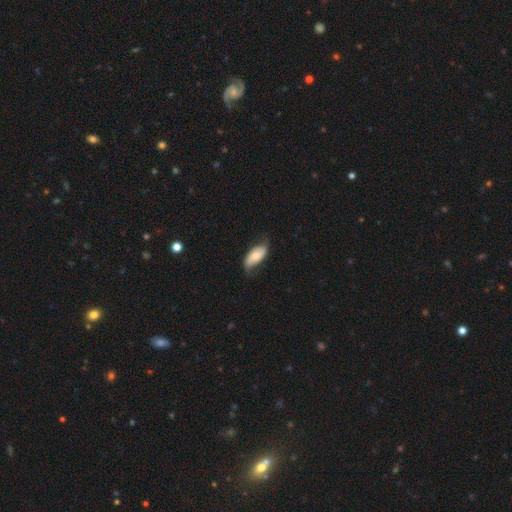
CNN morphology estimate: This is possibly a smooth galaxy (52%). How rounded: clearly in between (90%). Merging: likely none (63%).